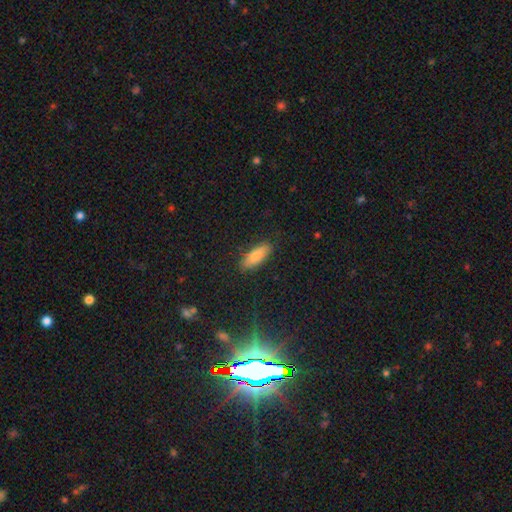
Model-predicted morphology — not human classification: Smooth or featured: smooth — 79% (featured or disk — 13%)
How rounded: in between — 67% (cigar-shaped — 30%)
Merging: none — 85% (minor disturbance — 11%)